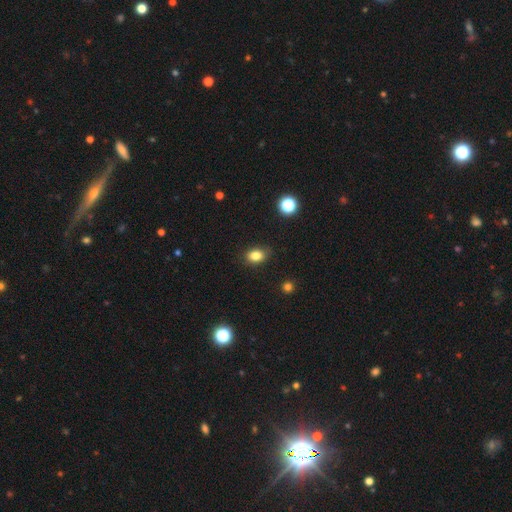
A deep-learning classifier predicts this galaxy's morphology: A smooth galaxy with no disk features (83%) that is in between round and cigar-shaped (72%).

Vote fractions:
- Smooth or featured? smooth: 83% / star or artifact: 11% / featured or disk: 6%
- How rounded? in between: 72% / round: 27% / cigar-shaped: 1%
- Merging? none: 83% / minor disturbance: 13% / major disturbance: 3% / merger: 1%